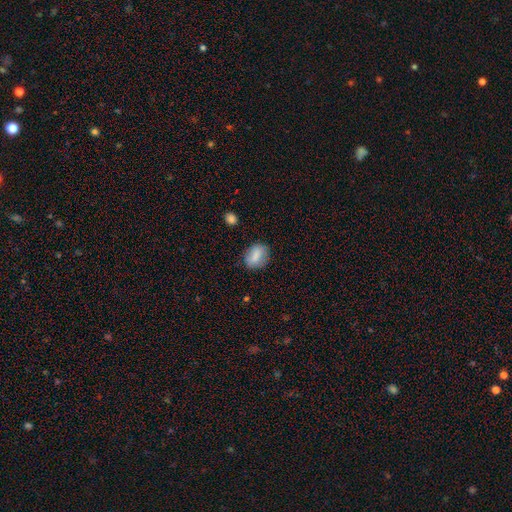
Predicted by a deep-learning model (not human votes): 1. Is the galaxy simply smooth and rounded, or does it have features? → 80% smooth, 12% featured or disk, 8% star or artifact.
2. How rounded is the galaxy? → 63% in between, 35% round, 2% cigar-shaped.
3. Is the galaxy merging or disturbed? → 78% none, 16% minor disturbance, 4% major disturbance, 2% merger.